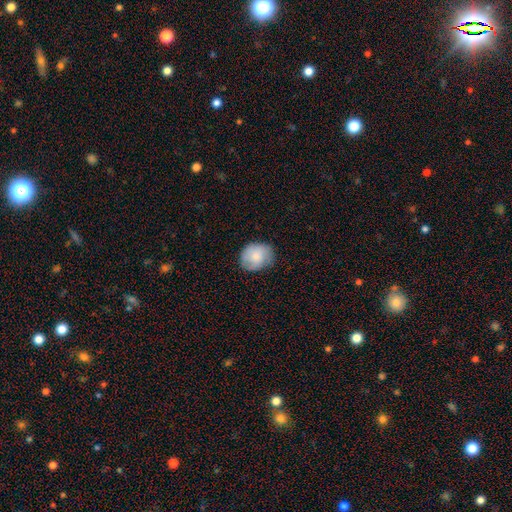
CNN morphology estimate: Smooth or featured? smooth (74%)
How rounded? round (60%)
Merging? none (77%)